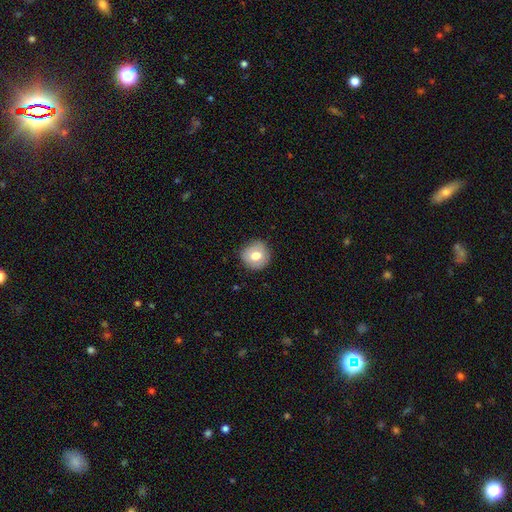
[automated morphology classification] Smooth or featured? smooth (75%)
How rounded? round (91%)
Merging? none (85%)